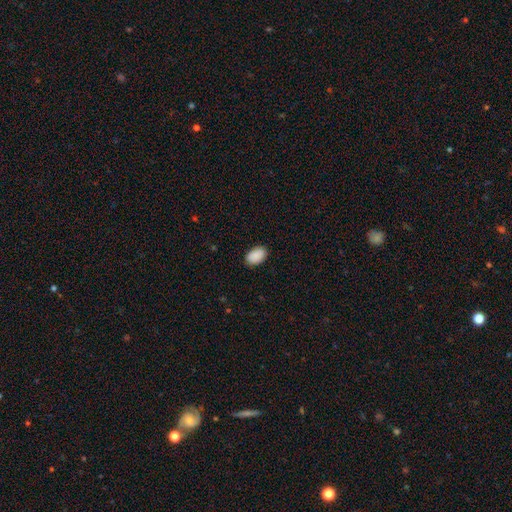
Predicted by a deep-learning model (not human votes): This is clearly a smooth galaxy (91%). How rounded: clearly in between (90%). Merging: clearly none (87%).